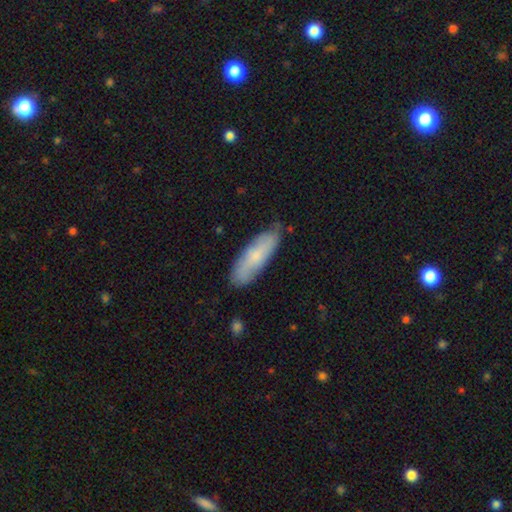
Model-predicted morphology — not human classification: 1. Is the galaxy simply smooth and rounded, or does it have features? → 67% smooth, 27% featured or disk, 6% star or artifact.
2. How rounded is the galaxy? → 52% in between, 46% cigar-shaped, 2% round.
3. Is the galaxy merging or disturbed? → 76% none, 20% minor disturbance, 3% major disturbance, 2% merger.